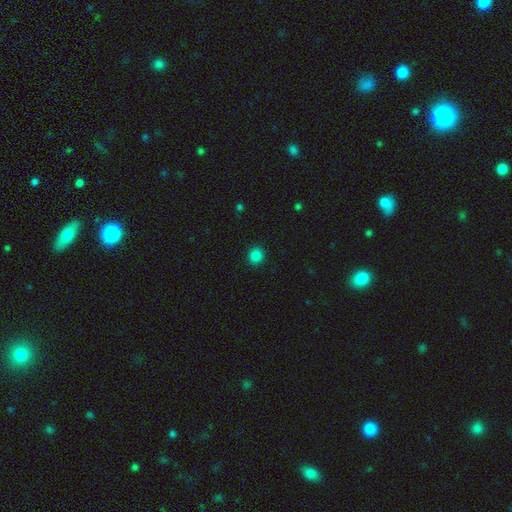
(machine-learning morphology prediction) A smooth galaxy with no disk features (85%) that is round (88%).

Vote fractions:
- Smooth or featured? smooth: 85% / star or artifact: 12% / featured or disk: 3%
- How rounded? round: 88% / in between: 11% / cigar-shaped: 1%
- Merging? none: 92% / minor disturbance: 5% / major disturbance: 2% / merger: 1%